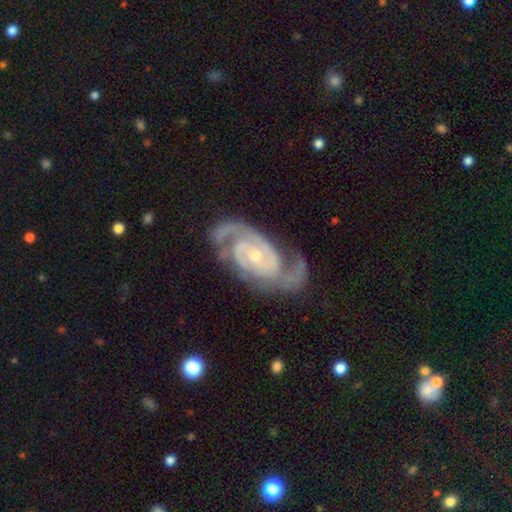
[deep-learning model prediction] Morphology: type=featured or disk (92%); edge-on=no (97%); bar=no (62%); spiral arms=yes (98%); winding=tight (54%); arm count=2 (79%); bulge=small (63%); merging=none (69%).